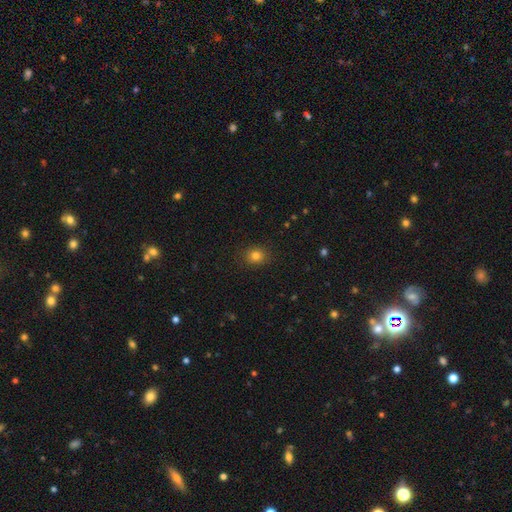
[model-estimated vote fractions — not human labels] This is clearly a smooth galaxy (81%). How rounded: likely round (74%). Merging: clearly none (89%).